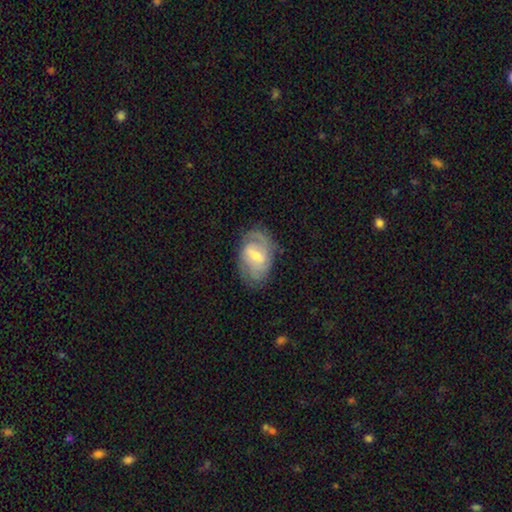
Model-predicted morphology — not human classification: Smooth or featured? Predicted: featured or disk (p=0.69). Edge-on disk? Predicted: no (p=0.96). Bar? Predicted: weak (p=0.57). Spiral arms? Predicted: yes (p=0.85). Spiral winding? Predicted: medium (p=0.42). Spiral arm count? Predicted: 2 (p=0.53). Bulge size? Predicted: moderate (p=0.46). Merging? Predicted: none (p=0.67).